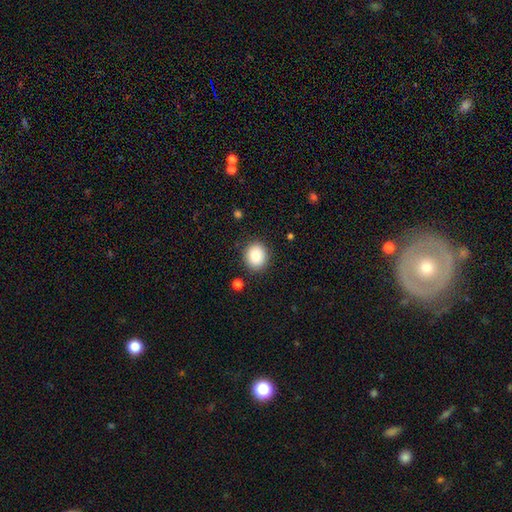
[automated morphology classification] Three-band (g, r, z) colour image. It shows a smooth galaxy with no disk features (84%) that is round (74%). Merging: none (88%).